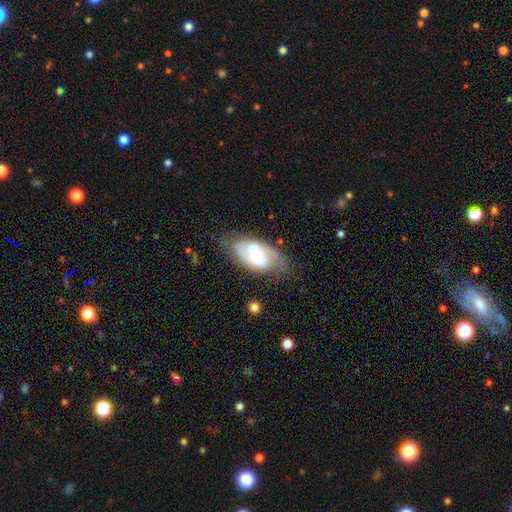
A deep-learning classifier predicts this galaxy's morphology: featured or disk 71%, smooth 23%, star or artifact 6%. Down the decision tree: edge-on disk — no (94%); bar — no (50%); spiral arms — yes (80%); spiral arm count — 2 (76%); spiral winding — medium (46%); bulge size — moderate (58%); merging — none (61%).